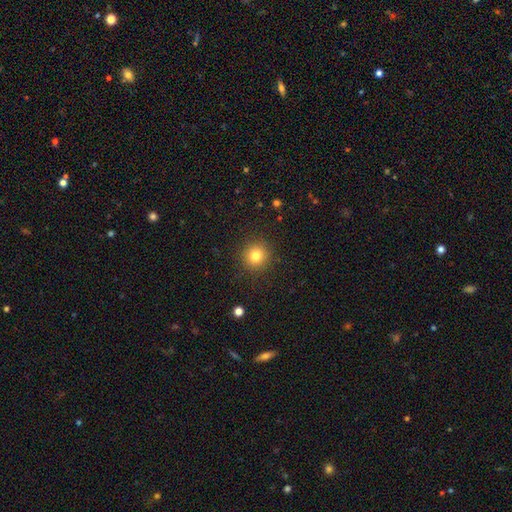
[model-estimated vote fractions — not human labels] Overall: smooth (81%). How rounded: round (93%). Merging: none (90%).